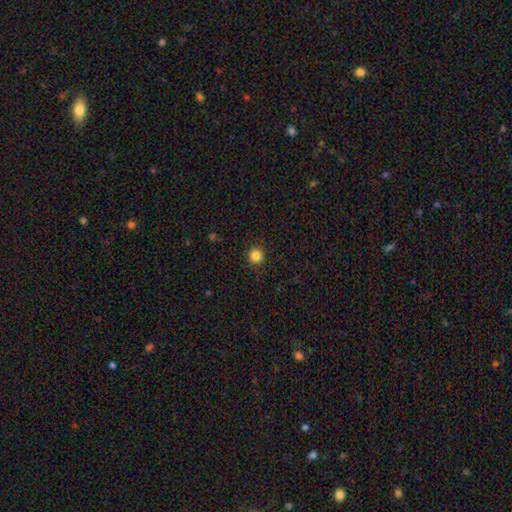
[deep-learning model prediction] smooth-or-featured: smooth: 84% | star or artifact: 12% | featured or disk: 4%
  how-rounded: round: 92% | in between: 7% | cigar-shaped: 1%
  merging: none: 90% | minor disturbance: 7% | major disturbance: 2% | merger: 1%